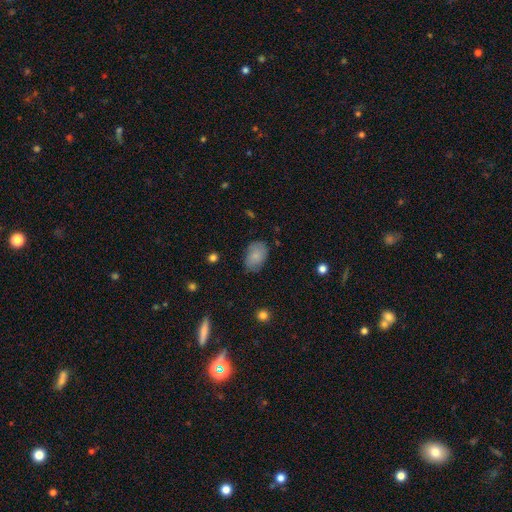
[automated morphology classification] The model was most divided on "merging": none: 71%, minor disturbance: 23%, major disturbance: 5%, merger: 2%. More confident: how rounded — in between (84%); smooth or featured — smooth (81%).